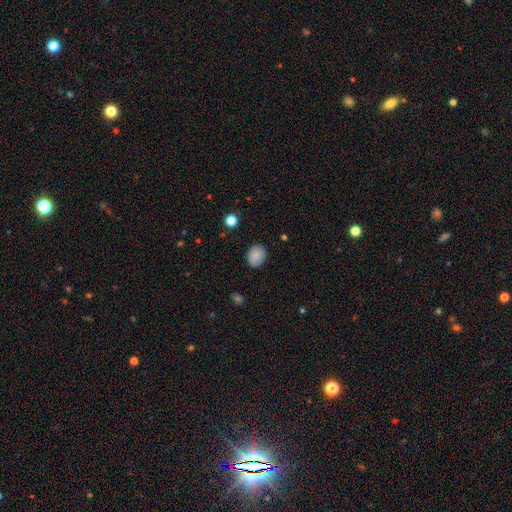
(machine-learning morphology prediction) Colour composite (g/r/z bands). It shows a smooth galaxy with no disk features (86%) that is round (50%). Merging: none (85%).